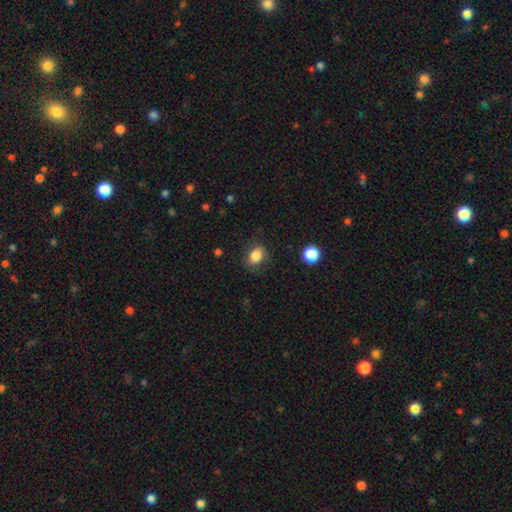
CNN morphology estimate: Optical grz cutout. It shows a smooth galaxy with no disk features (84%) that is in between round and cigar-shaped (62%). Merging: none (74%).